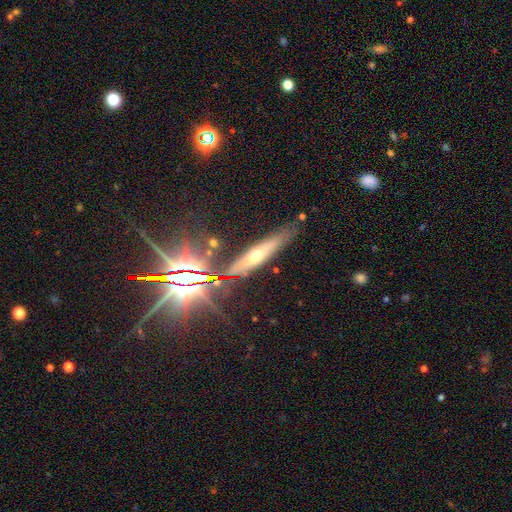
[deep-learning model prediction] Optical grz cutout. It shows a featured or disk galaxy (44%). Merging: none (83%).